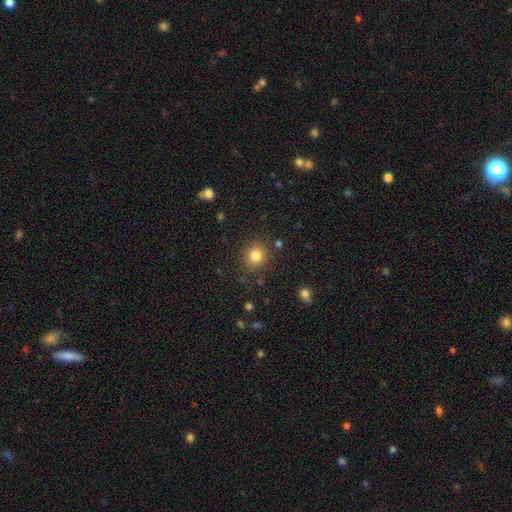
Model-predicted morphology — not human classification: The model was most divided on "how rounded": round: 81%, in between: 18%, cigar-shaped: 1%. More confident: merging — none (84%); smooth or featured — smooth (82%).